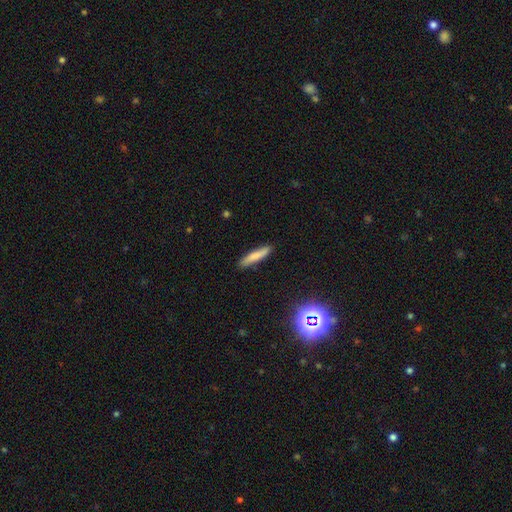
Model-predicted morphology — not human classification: The model was most divided on "smooth or featured": smooth: 77%, featured or disk: 15%, star or artifact: 8%. More confident: how rounded — cigar-shaped (88%); merging — none (88%).